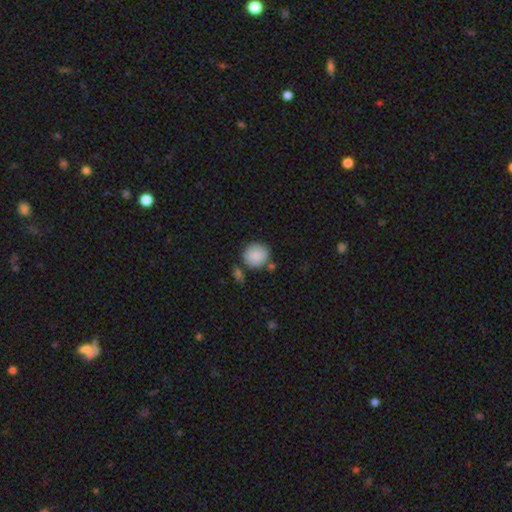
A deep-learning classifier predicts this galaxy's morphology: Smooth or featured? smooth (87%)
How rounded? round (89%)
Merging? none (73%)